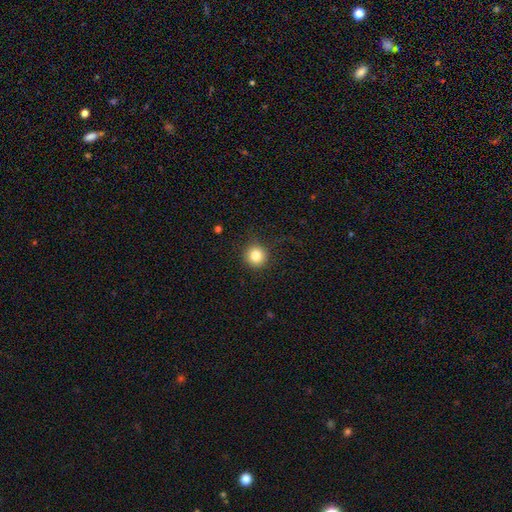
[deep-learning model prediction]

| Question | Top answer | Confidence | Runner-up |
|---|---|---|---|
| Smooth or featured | smooth | 82% | star or artifact (11%) |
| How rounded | round | 95% | in between (4%) |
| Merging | none | 88% | minor disturbance (8%) |